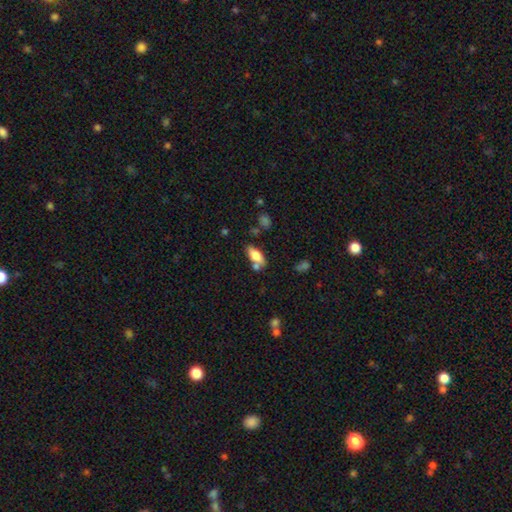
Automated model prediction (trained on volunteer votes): Smooth or featured: smooth — 75% (featured or disk — 18%)
How rounded: in between — 82% (cigar-shaped — 15%)
Merging: none — 59% (merger — 20%)